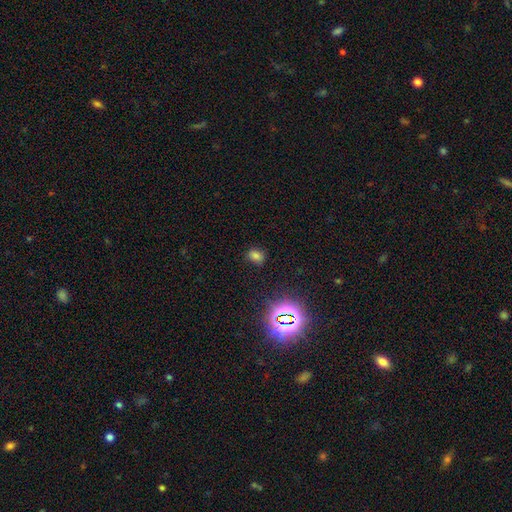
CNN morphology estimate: Smooth or featured? Predicted: smooth (p=0.69). How rounded? Predicted: in between (p=0.60). Merging? Predicted: none (p=0.81).